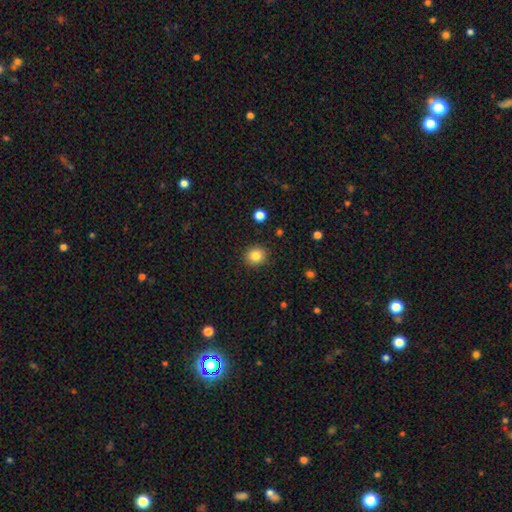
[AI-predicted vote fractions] smooth 84%, star or artifact 10%, featured or disk 6%. Down the decision tree: how rounded — round (86%); merging — none (90%).